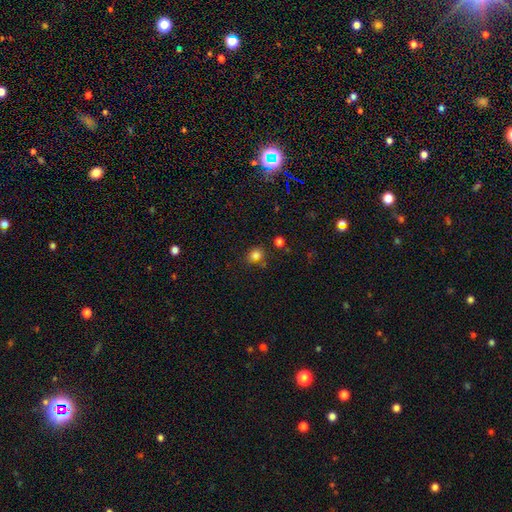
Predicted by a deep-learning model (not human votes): This appears to be a smooth galaxy with no disk features (78%) that is round (62%). Merging: none (65%).